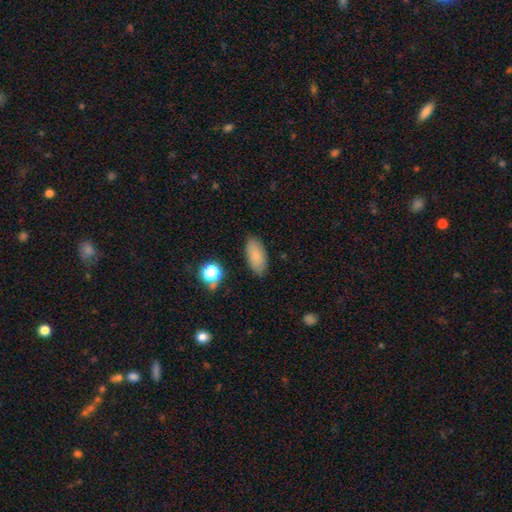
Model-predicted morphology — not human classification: Q: Smooth or featured?
A: smooth (85%); runner-up: star or artifact (8%)
Q: How rounded?
A: in between (91%); runner-up: cigar-shaped (6%)
Q: Merging?
A: none (85%); runner-up: minor disturbance (10%)